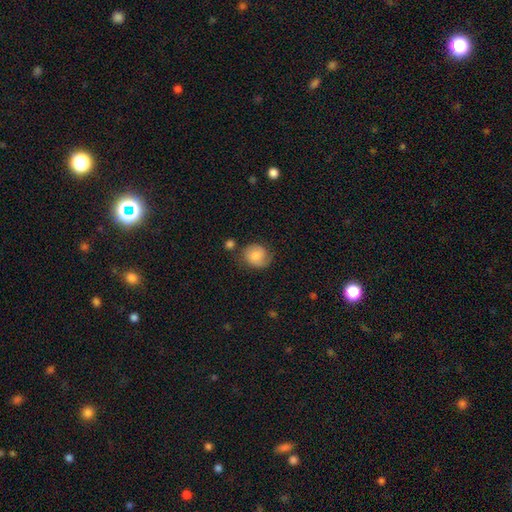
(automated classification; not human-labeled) Smooth or featured? Predicted: smooth (p=0.60). How rounded? Predicted: round (p=0.71). Merging? Predicted: none (p=0.60).